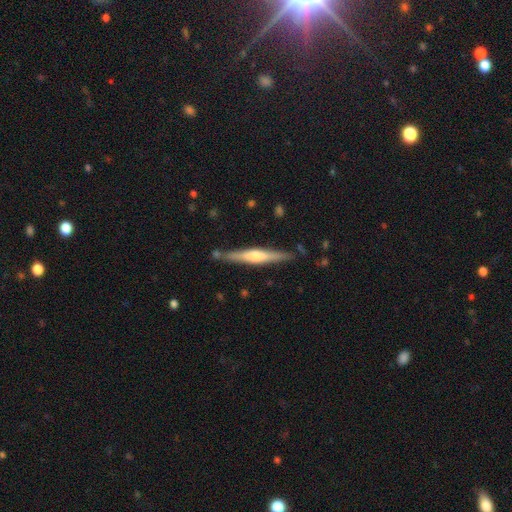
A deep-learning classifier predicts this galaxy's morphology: This is likely a featured or disk galaxy (64%). It is clearly viewed edge-on (97%). Edge-on bulge: clearly rounded (81%). Merging: clearly none (85%).